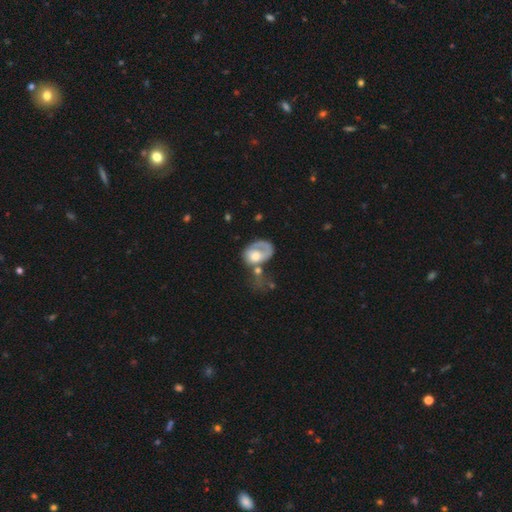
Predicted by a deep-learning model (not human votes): This appears to be a featured or disk galaxy (52%) with no bar (85%), no spiral arms (53%) and a moderate central bulge (42%). Merging: major disturbance (40%).